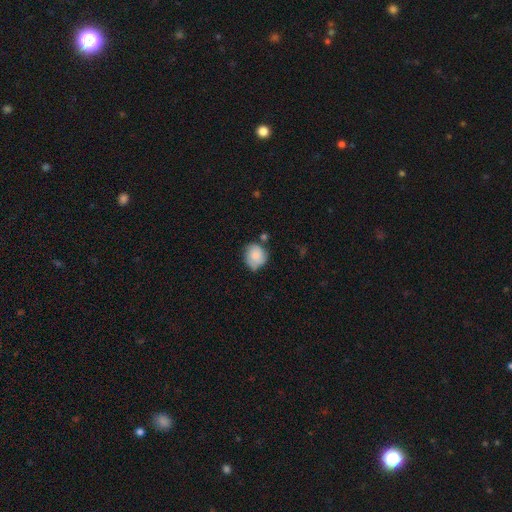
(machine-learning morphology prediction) Overall: smooth (72%). How rounded: round (71%). Merging: none (51%; minor disturbance 33%).